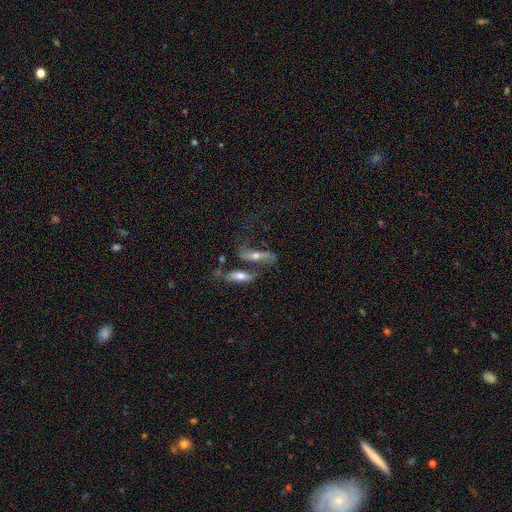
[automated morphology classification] Smooth or featured? Predicted: featured or disk (p=0.61). Edge-on disk? Predicted: no (p=0.62). Merging? Predicted: none (p=0.36).